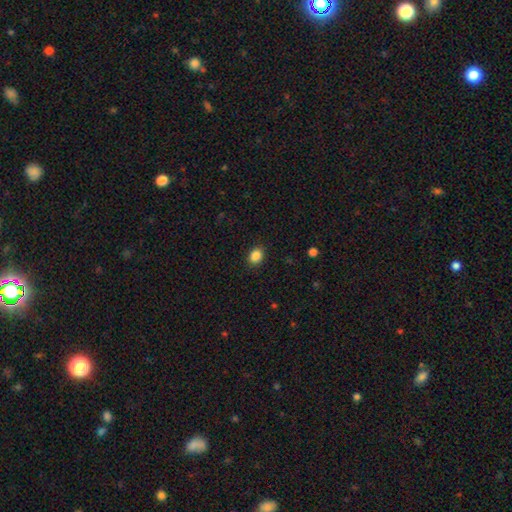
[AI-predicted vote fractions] smooth-or-featured: smooth: 87% | star or artifact: 10% | featured or disk: 3%
  how-rounded: in between: 58% | round: 41% | cigar-shaped: 1%
  merging: none: 89% | minor disturbance: 8% | major disturbance: 2% | merger: 1%